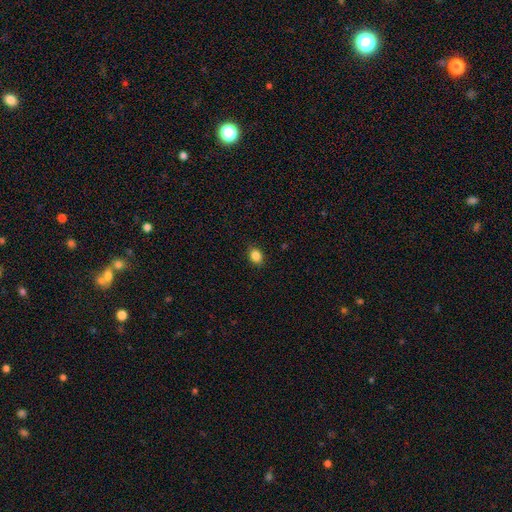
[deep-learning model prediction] A smooth galaxy with no disk features (86%) that is in between round and cigar-shaped (63%). Merging: none (88%).